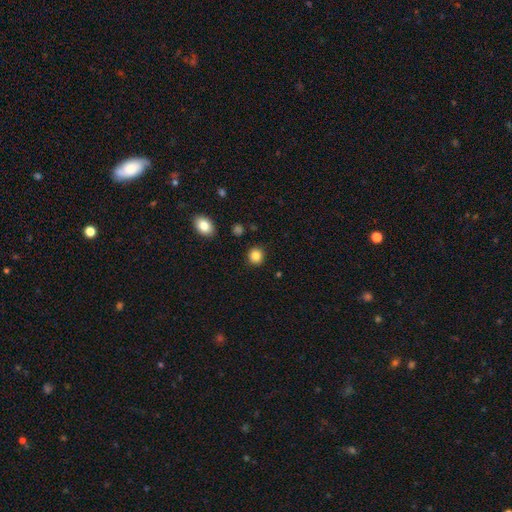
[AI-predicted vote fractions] The model was most divided on "smooth or featured": smooth: 85%, star or artifact: 11%, featured or disk: 5%. More confident: merging — none (90%); how rounded — round (88%).